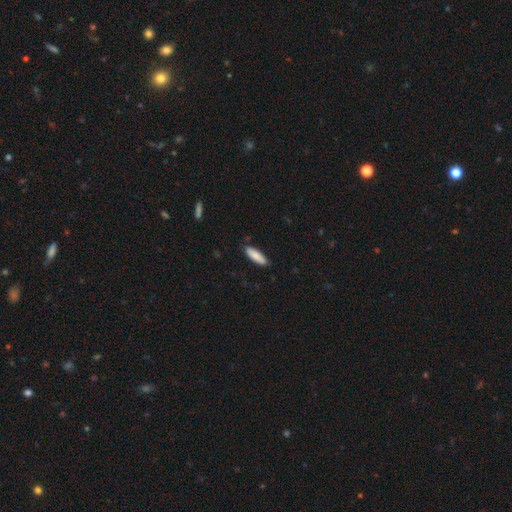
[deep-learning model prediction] Smooth or featured? smooth (86%)
How rounded? cigar-shaped (52%)
Merging? none (86%)